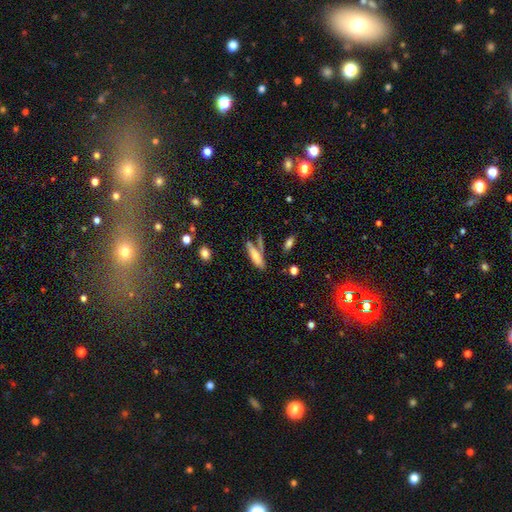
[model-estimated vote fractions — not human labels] Smooth or featured? smooth (72%)
How rounded? cigar-shaped (52%)
Merging? none (54%)